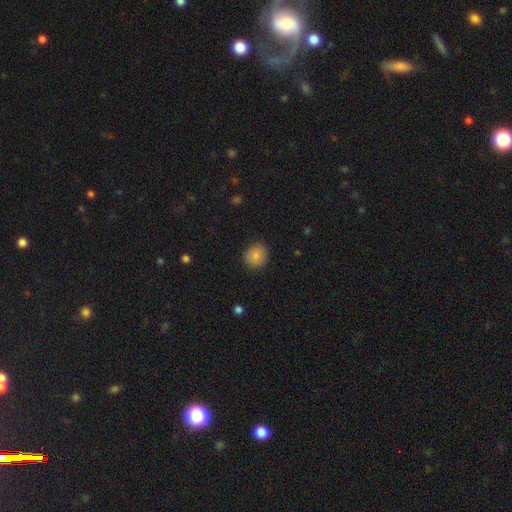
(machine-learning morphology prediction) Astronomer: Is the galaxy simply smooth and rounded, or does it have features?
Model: smooth — 85%.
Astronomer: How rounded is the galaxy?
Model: round — 84%.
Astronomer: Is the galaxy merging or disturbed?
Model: none — 87%.